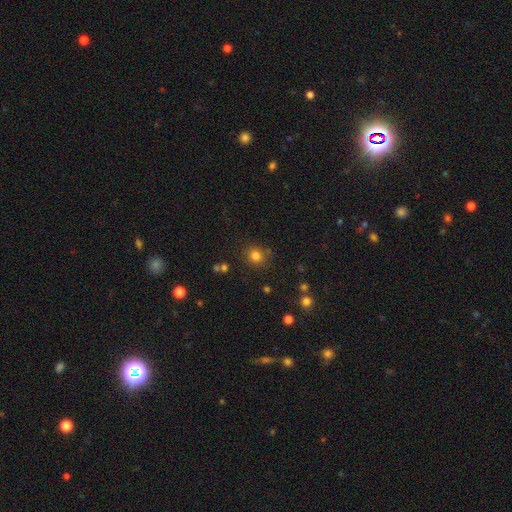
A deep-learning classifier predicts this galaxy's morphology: type=smooth (80%); roundness=round (84%); merging=none (83%).